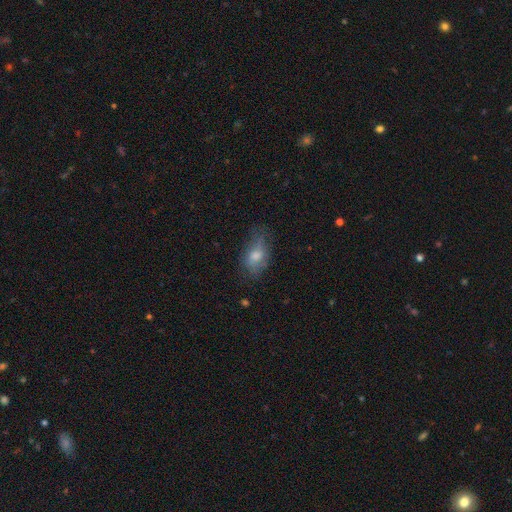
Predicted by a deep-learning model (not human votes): This appears to be a smooth galaxy with no disk features (67%) that is in between round and cigar-shaped (86%). Merging: none (54%).